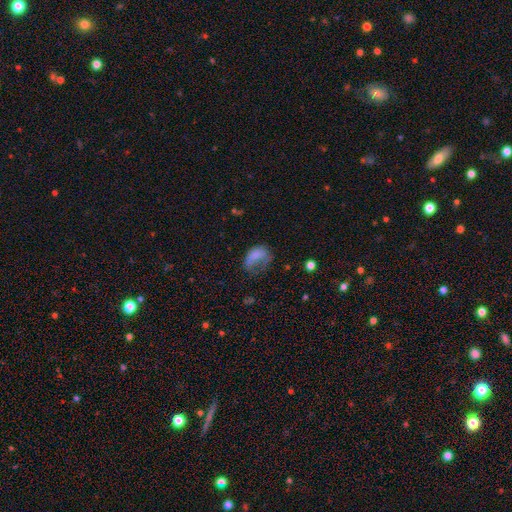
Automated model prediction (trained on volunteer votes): smooth_or_featured: smooth (p=0.66) [alt: featured or disk p=0.23]
how_rounded: in between (p=0.79) [alt: round p=0.19]
merging: major disturbance (p=0.49) [alt: minor disturbance p=0.25]